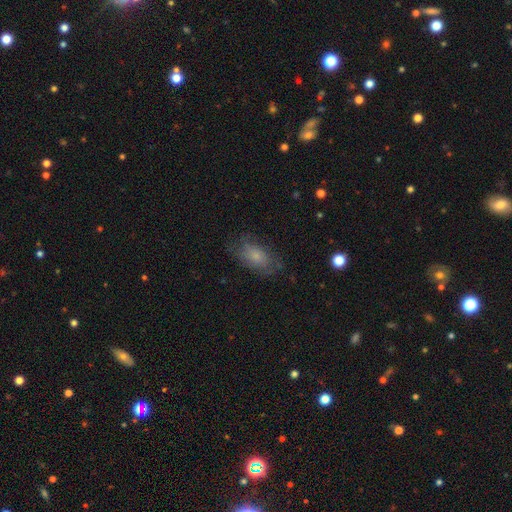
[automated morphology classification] type=smooth (62%); roundness=in between (88%); merging=none (64%).